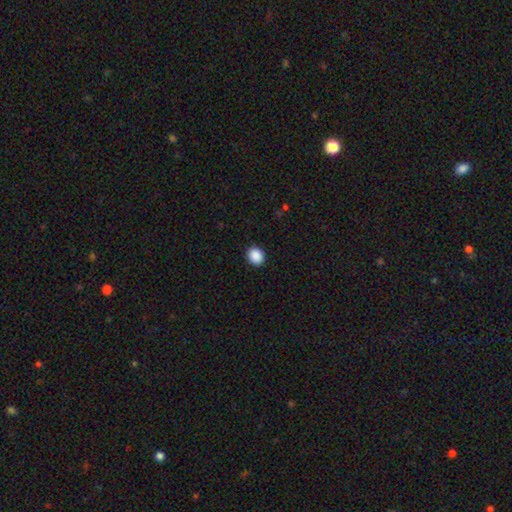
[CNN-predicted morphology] This is clearly a smooth galaxy (90%). How rounded: likely round (61%). Merging: clearly none (91%).